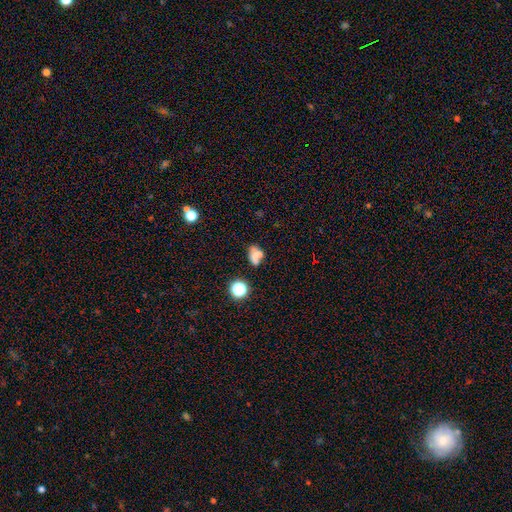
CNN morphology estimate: Overall: smooth (61%). How rounded: in between (68%; round 29%). Merging: none (41%; merger 28%).